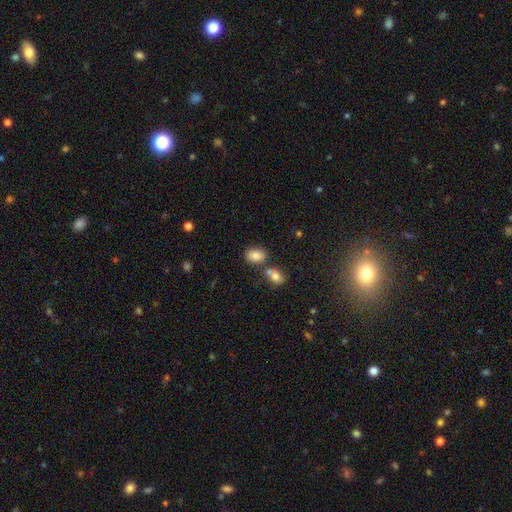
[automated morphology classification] smooth-or-featured: smooth: 84% | star or artifact: 10% | featured or disk: 7%
  how-rounded: in between: 78% | round: 20% | cigar-shaped: 1%
  merging: none: 66% | merger: 17% | minor disturbance: 13% | major disturbance: 4%